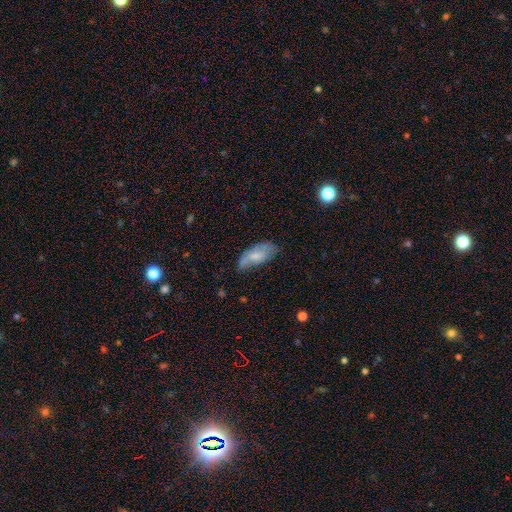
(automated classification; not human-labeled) A smooth galaxy with no disk features (62%) that is in between round and cigar-shaped (89%). Merging: none (47%).